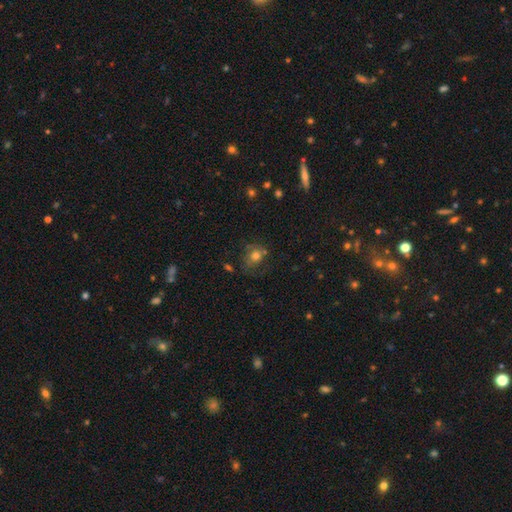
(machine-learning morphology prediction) Smooth or featured: smooth — 67% (featured or disk — 19%)
How rounded: round — 64% (in between — 34%)
Merging: none — 55% (minor disturbance — 24%)